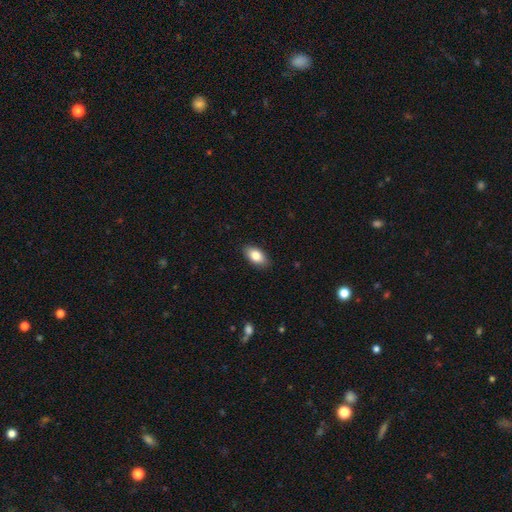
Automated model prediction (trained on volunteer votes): Q: Smooth or featured?
A: smooth (83%); runner-up: featured or disk (10%)
Q: How rounded?
A: in between (92%); runner-up: cigar-shaped (4%)
Q: Merging?
A: none (88%); runner-up: minor disturbance (9%)